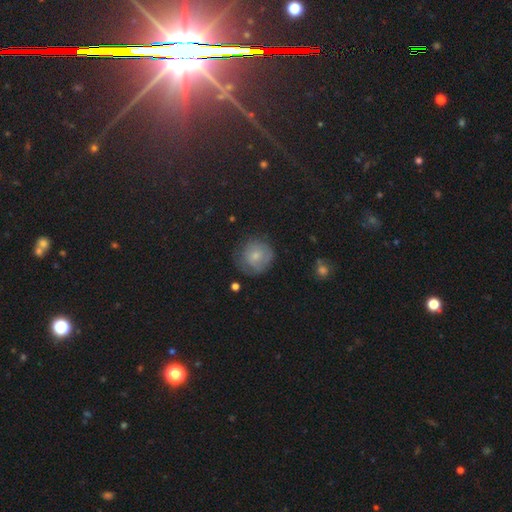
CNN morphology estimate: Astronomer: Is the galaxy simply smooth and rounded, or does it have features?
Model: smooth — 65%.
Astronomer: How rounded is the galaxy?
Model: round — 90%.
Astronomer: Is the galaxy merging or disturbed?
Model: none — 68%.